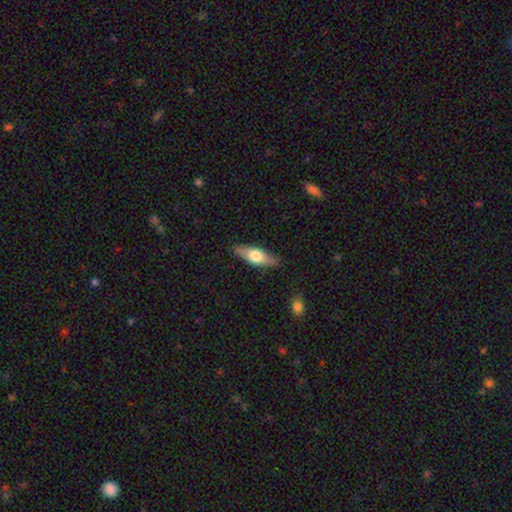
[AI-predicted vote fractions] A smooth galaxy with no disk features (57%) that is in between round and cigar-shaped (57%). Merging: none (83%).